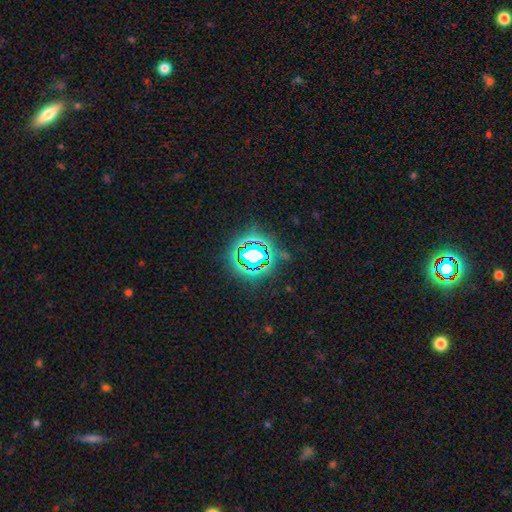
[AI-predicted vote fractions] Q: Smooth or featured?
A: star or artifact (74%); runner-up: smooth (16%)